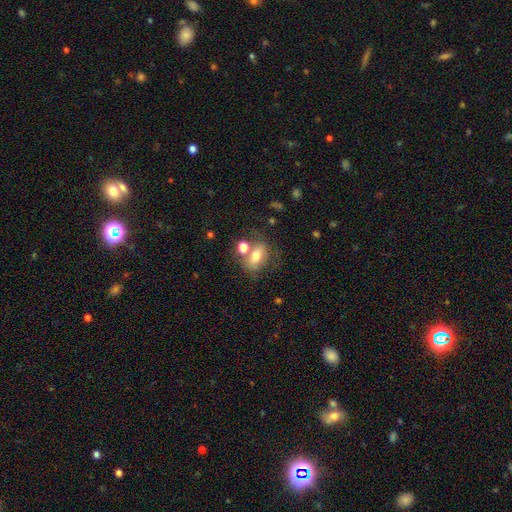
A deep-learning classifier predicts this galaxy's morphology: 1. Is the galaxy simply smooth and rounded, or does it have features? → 66% smooth, 23% featured or disk, 11% star or artifact.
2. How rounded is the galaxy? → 75% in between, 23% round, 3% cigar-shaped.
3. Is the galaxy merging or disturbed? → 45% none, 29% merger, 16% minor disturbance, 9% major disturbance.